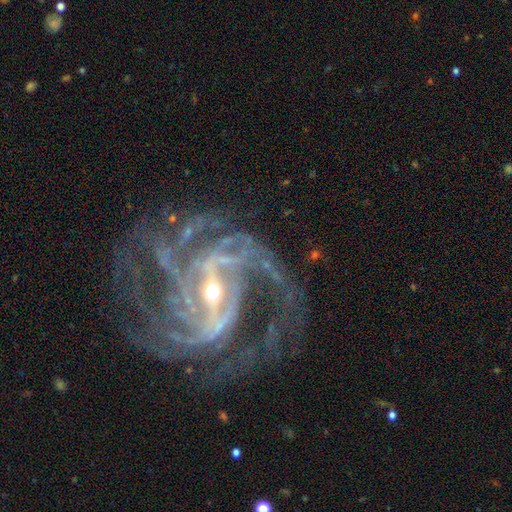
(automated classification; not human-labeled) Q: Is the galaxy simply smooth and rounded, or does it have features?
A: featured or disk — 91%.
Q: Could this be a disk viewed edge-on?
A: no — 97%.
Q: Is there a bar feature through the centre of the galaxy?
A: strong — 56%.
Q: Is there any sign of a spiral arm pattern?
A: yes — 98%.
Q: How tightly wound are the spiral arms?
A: medium — 48%.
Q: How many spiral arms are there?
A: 4 — 23%.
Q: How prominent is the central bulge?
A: small — 60%.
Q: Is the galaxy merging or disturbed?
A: none — 64%.